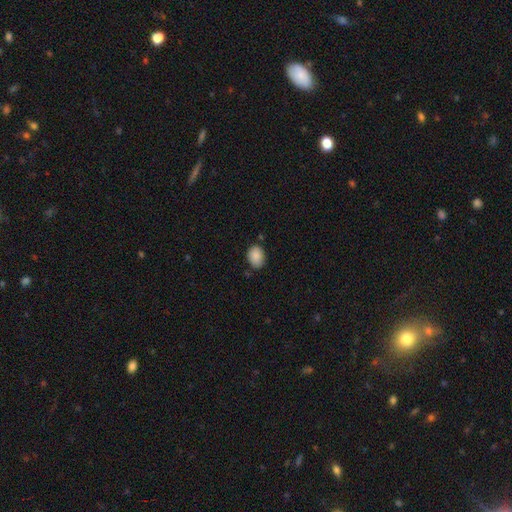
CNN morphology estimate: This appears to be a smooth galaxy with no disk features (88%) that is in between round and cigar-shaped (67%). Merging: none (76%).